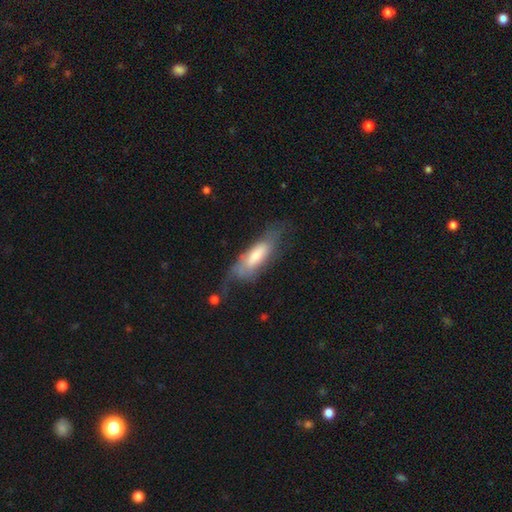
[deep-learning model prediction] Q: Smooth or featured?
A: featured or disk (47%); runner-up: smooth (42%)
Q: Merging?
A: none (60%); runner-up: minor disturbance (25%)